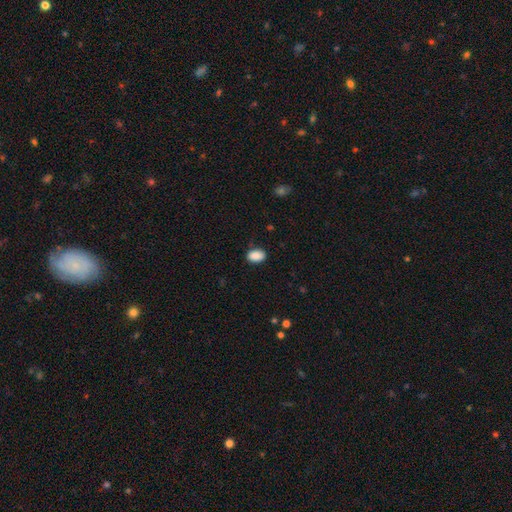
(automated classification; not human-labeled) Q: Smooth or featured?
A: smooth (89%); runner-up: star or artifact (7%)
Q: How rounded?
A: in between (87%); runner-up: round (11%)
Q: Merging?
A: none (83%); runner-up: minor disturbance (13%)